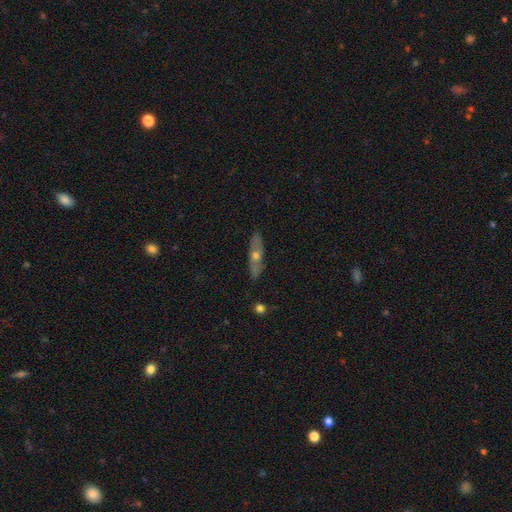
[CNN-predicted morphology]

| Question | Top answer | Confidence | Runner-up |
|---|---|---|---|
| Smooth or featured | featured or disk | 56% | smooth (37%) |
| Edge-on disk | yes | 66% | no (34%) |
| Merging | none | 88% | minor disturbance (9%) |